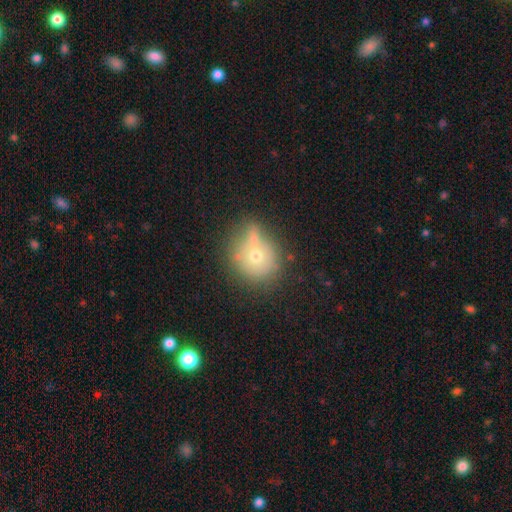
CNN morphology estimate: Overall: smooth (64%). How rounded: round (86%). Merging: none (44%; merger 31%).